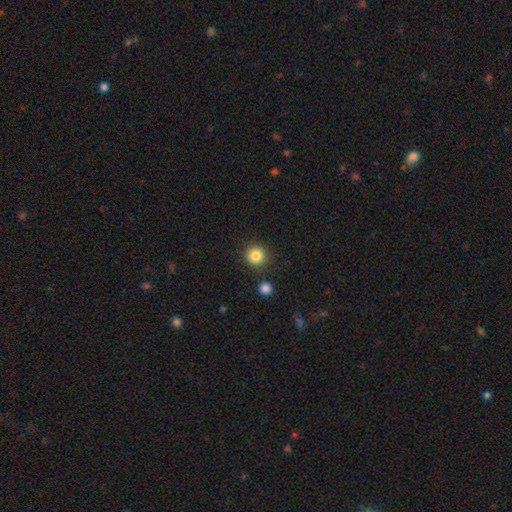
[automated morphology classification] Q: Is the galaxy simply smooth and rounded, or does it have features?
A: smooth — 85%.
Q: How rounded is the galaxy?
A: round — 94%.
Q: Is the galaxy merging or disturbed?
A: none — 88%.